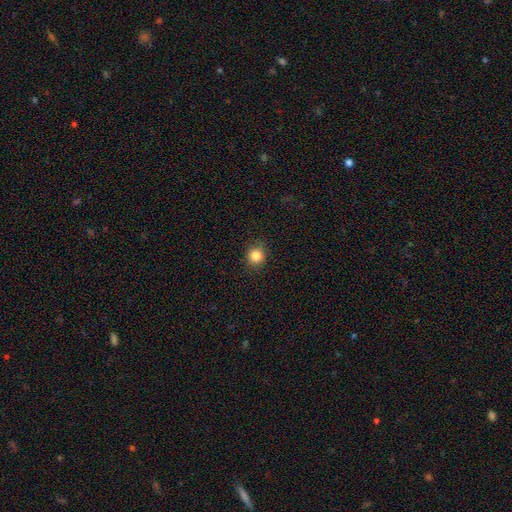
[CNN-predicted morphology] Smooth or featured? smooth (84%)
How rounded? round (89%)
Merging? none (88%)